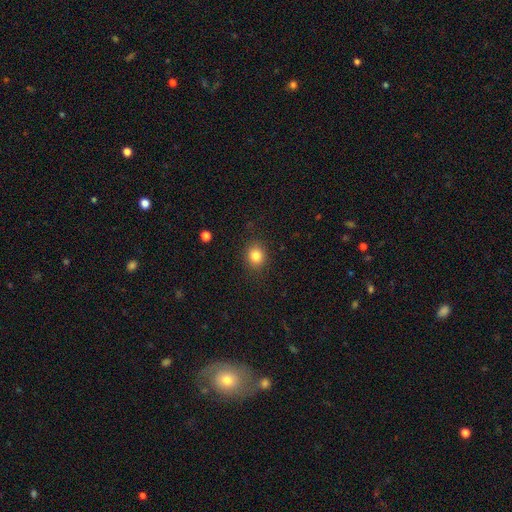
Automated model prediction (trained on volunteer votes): Morphology: type=smooth (83%); roundness=round (79%); merging=none (88%).